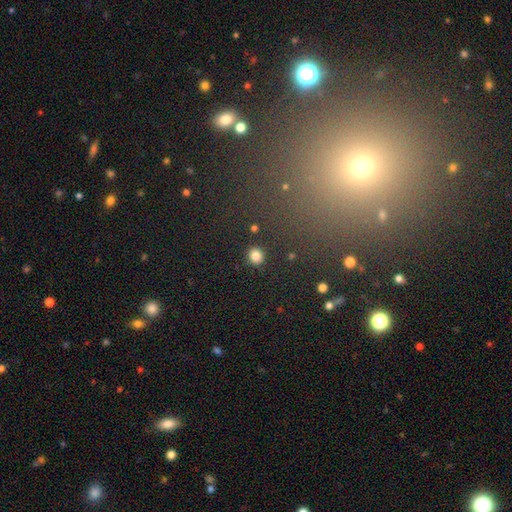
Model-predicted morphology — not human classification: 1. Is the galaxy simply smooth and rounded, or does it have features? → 83% smooth, 12% star or artifact, 5% featured or disk.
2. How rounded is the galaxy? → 84% round, 15% in between, 1% cigar-shaped.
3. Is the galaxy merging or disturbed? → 90% none, 6% minor disturbance, 2% major disturbance, 2% merger.